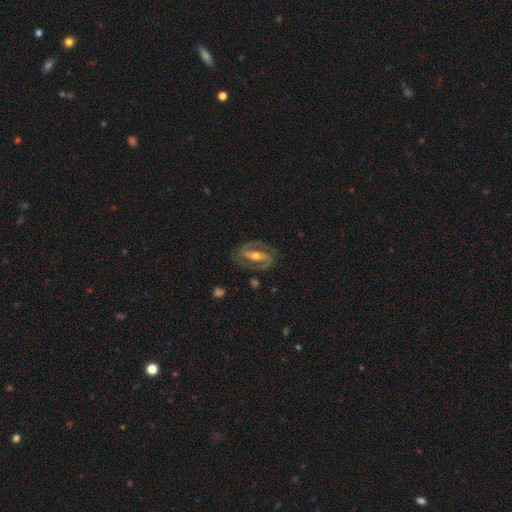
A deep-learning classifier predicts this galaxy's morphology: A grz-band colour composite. It shows a featured or disk galaxy (86%) with a strong bar (58%), 2 (89%) medium (49%) spiral arms (92%) and a moderate central bulge (61%). Merging: none (79%).